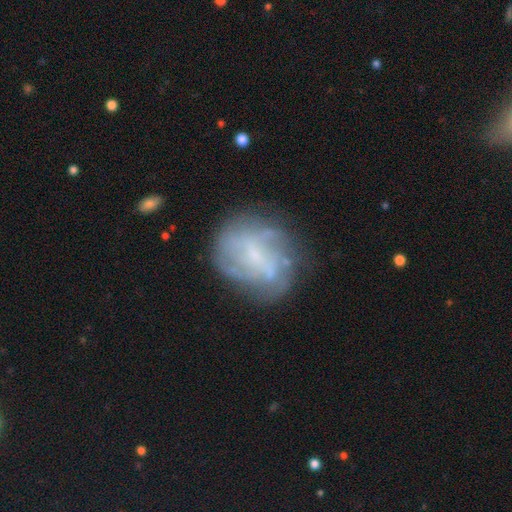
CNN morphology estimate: Smooth or featured? featured or disk (66%)
Edge-on disk? no (97%)
Bar? weak (44%)
Spiral arms? yes (66%)
Bulge size? small (57%)
Merging? none (66%)